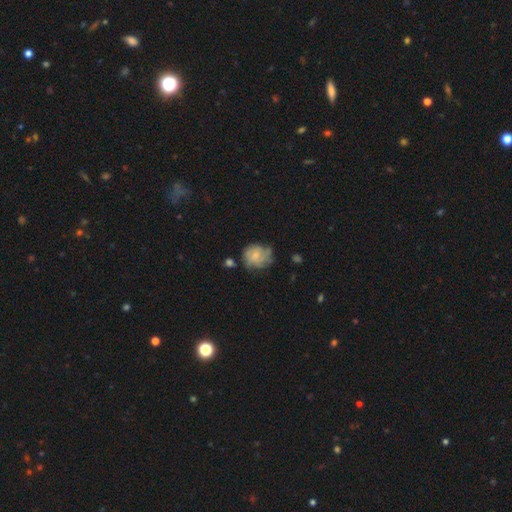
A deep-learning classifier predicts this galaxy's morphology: featured or disk 49%, smooth 42%, star or artifact 8%. Down the decision tree: merging — none (53%).